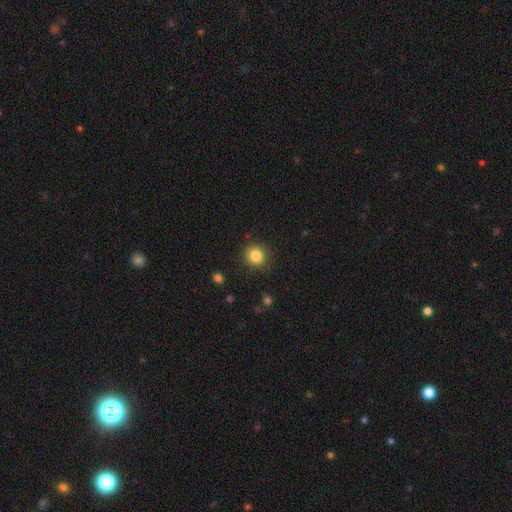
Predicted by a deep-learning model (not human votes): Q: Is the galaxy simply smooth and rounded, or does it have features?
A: smooth — 84%.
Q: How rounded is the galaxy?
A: round — 88%.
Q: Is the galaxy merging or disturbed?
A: none — 88%.